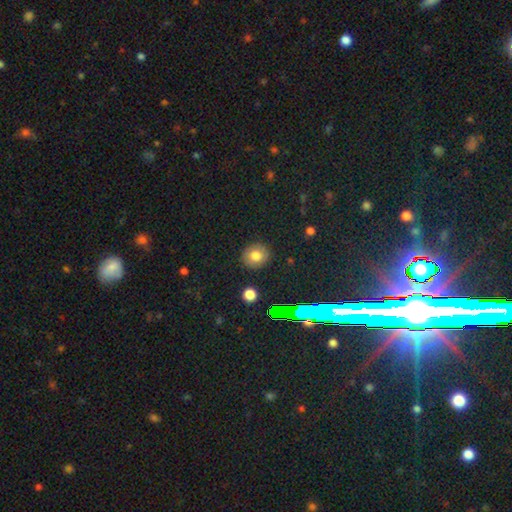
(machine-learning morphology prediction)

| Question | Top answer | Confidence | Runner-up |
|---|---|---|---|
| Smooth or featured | smooth | 76% | star or artifact (13%) |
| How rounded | round | 79% | in between (20%) |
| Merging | none | 88% | minor disturbance (8%) |